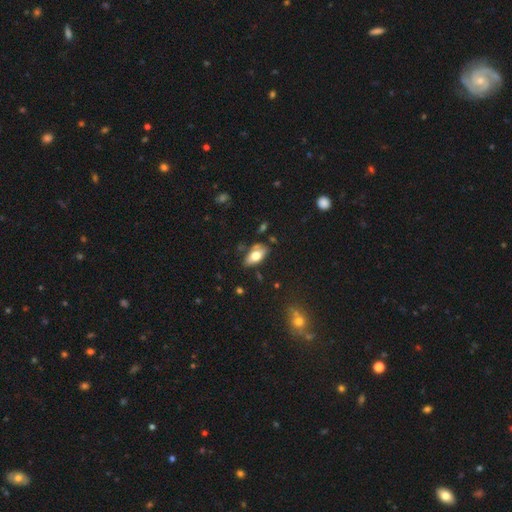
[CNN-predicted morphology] The model was most divided on "merging": none: 66%, minor disturbance: 23%, merger: 6%, major disturbance: 6%. More confident: how rounded — in between (91%); smooth or featured — smooth (69%).